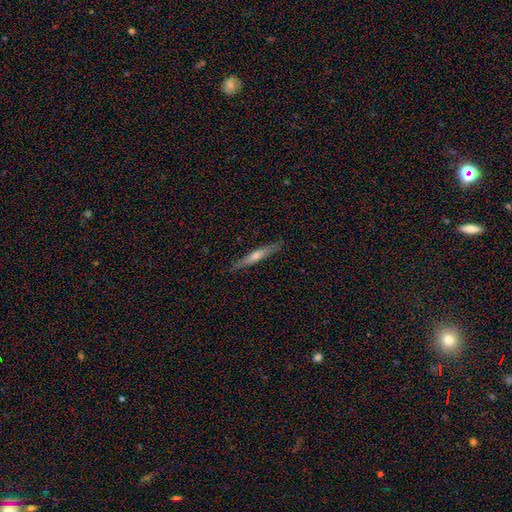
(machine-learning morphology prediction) This is likely a featured or disk galaxy (61%). It is clearly viewed edge-on (96%). Edge-on bulge: likely rounded (72%). Merging: clearly none (89%).